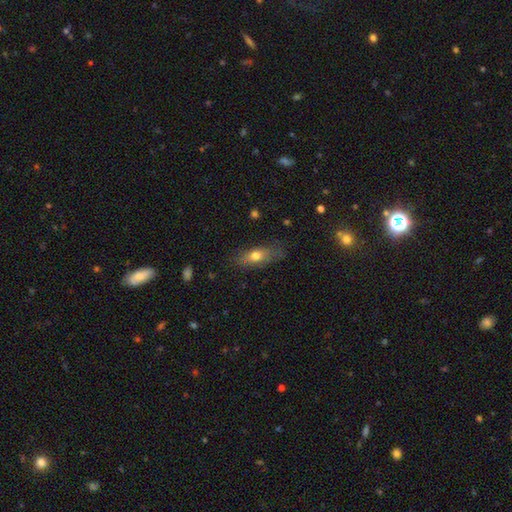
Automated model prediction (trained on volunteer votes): Smooth or featured: smooth — 69% (featured or disk — 23%)
How rounded: in between — 70% (cigar-shaped — 23%)
Merging: none — 70% (minor disturbance — 21%)